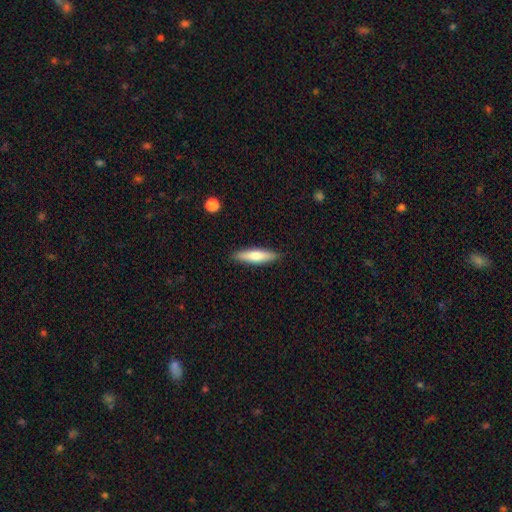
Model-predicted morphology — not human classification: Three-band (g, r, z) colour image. It shows a smooth galaxy with no disk features (69%) that is cigar-shaped (77%). Merging: none (89%).